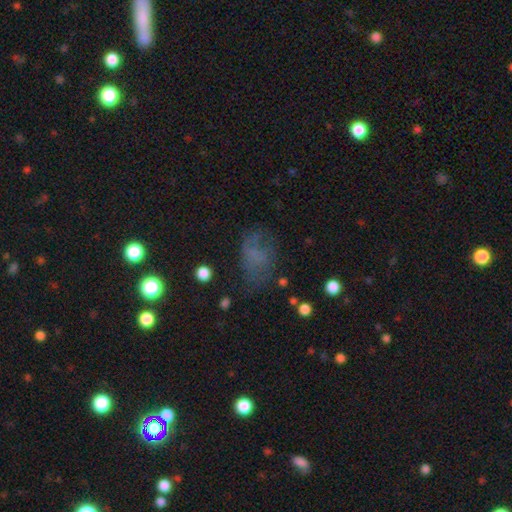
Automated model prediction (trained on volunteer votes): A smooth galaxy with no disk features (50%) that is in between round and cigar-shaped (79%).

Vote fractions:
- Smooth or featured? smooth: 50% / featured or disk: 27% / star or artifact: 22%
- How rounded? in between: 79% / round: 19% / cigar-shaped: 2%
- Merging? none: 51% / minor disturbance: 23% / major disturbance: 22% / merger: 3%